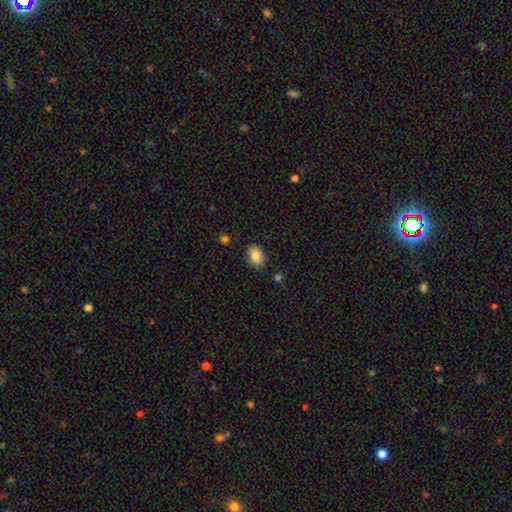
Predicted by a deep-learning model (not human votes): smooth_or_featured: smooth (p=0.87) [alt: star or artifact p=0.08]
how_rounded: in between (p=0.74) [alt: round p=0.25]
merging: none (p=0.84) [alt: minor disturbance p=0.12]